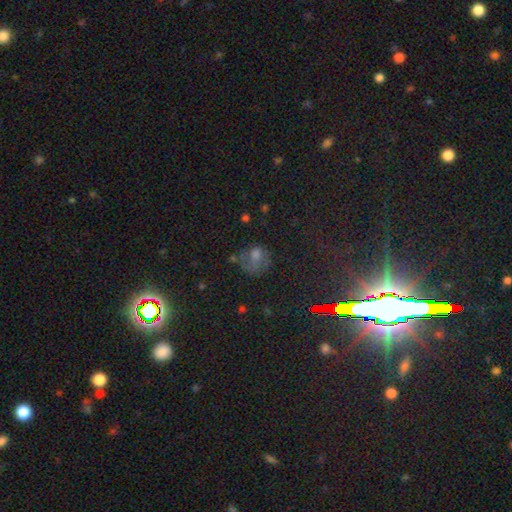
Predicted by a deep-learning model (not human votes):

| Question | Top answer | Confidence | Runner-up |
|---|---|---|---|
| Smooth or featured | smooth | 46% | star or artifact (36%) |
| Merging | none | 49% | minor disturbance (23%) |